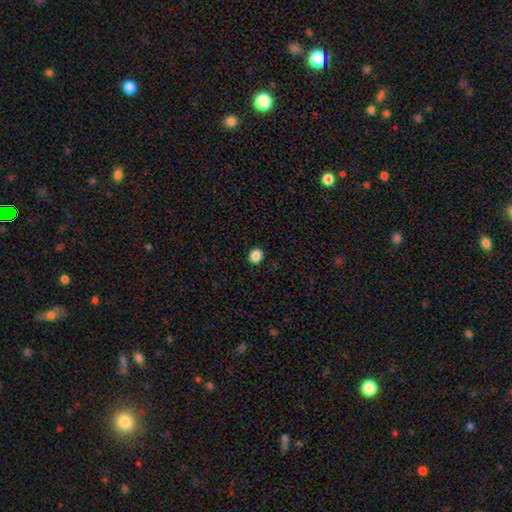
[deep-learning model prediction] Q: Smooth or featured?
A: smooth (87%); runner-up: star or artifact (10%)
Q: How rounded?
A: round (86%); runner-up: in between (14%)
Q: Merging?
A: none (93%); runner-up: minor disturbance (5%)